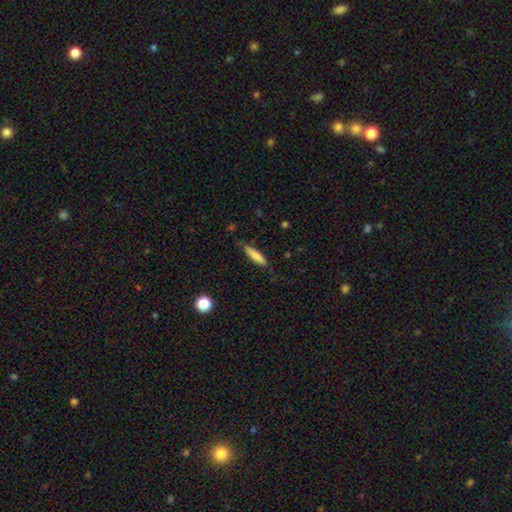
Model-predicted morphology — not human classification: Q: Smooth or featured?
A: smooth (77%); runner-up: featured or disk (16%)
Q: How rounded?
A: cigar-shaped (82%); runner-up: in between (17%)
Q: Merging?
A: none (77%); runner-up: minor disturbance (18%)